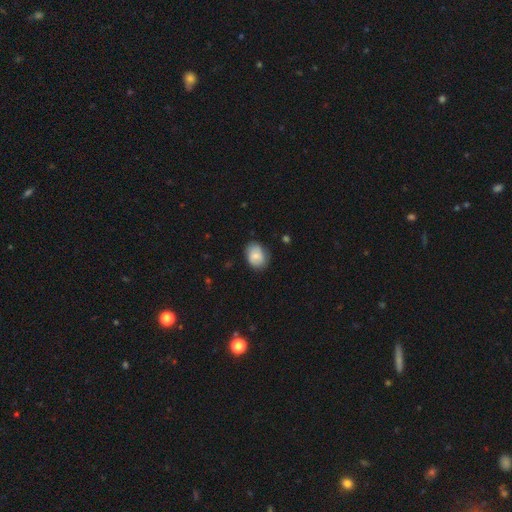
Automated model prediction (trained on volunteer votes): Smooth or featured? Predicted: smooth (p=0.72). How rounded? Predicted: in between (p=0.65). Merging? Predicted: none (p=0.78).